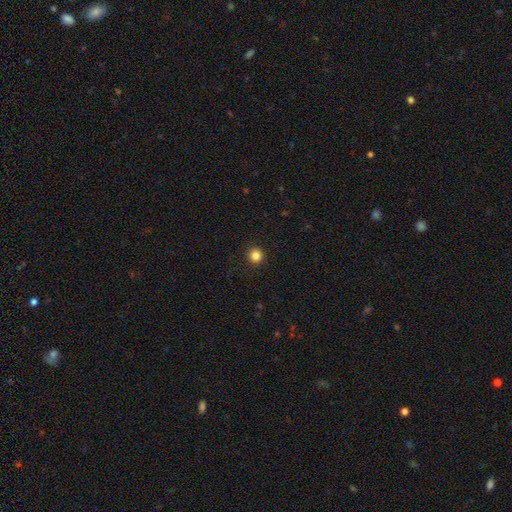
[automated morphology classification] This is clearly a smooth galaxy (85%). How rounded: clearly round (95%). Merging: clearly none (93%).